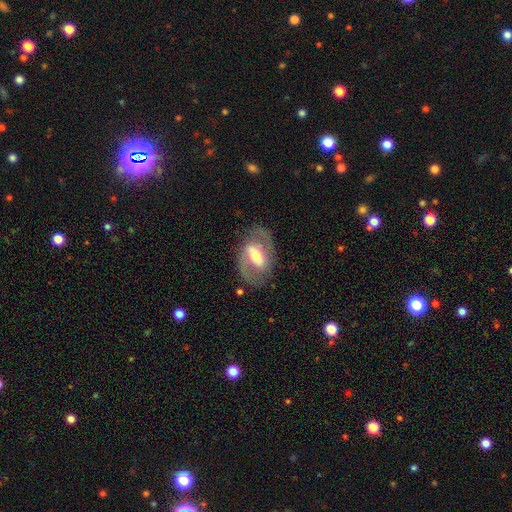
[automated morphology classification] smooth_or_featured: featured or disk (p=0.80) [alt: smooth p=0.14]
disk_edge_on: no (p=0.96) [alt: yes p=0.04]
bar: strong (p=0.43) [alt: weak p=0.40]
has_spiral_arms: yes (p=0.87) [alt: no p=0.13]
spiral_winding: medium (p=0.55) [alt: tight p=0.24]
spiral_arm_count: 2 (p=0.88) [alt: can't tell p=0.06]
bulge_size: moderate (p=0.57) [alt: small p=0.28]
merging: none (p=0.76) [alt: minor disturbance p=0.14]